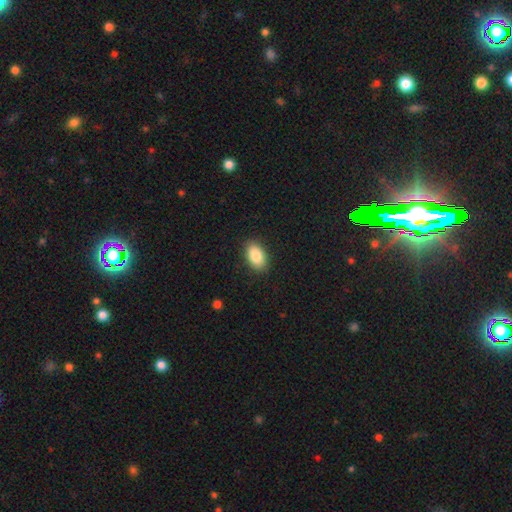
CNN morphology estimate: Smooth or featured? Predicted: smooth (p=0.85). How rounded? Predicted: in between (p=0.91). Merging? Predicted: none (p=0.89).